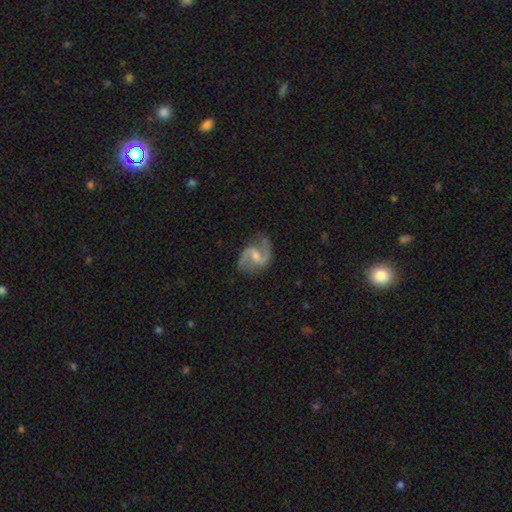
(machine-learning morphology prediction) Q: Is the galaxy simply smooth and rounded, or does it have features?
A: featured or disk — 90%.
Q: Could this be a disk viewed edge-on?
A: no — 98%.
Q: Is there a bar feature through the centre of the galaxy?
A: weak — 54%.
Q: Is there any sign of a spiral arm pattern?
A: yes — 98%.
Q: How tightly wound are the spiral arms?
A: medium — 57%.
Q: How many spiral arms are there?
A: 2 — 94%.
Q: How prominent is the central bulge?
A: moderate — 53%.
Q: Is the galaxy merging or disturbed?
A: none — 79%.